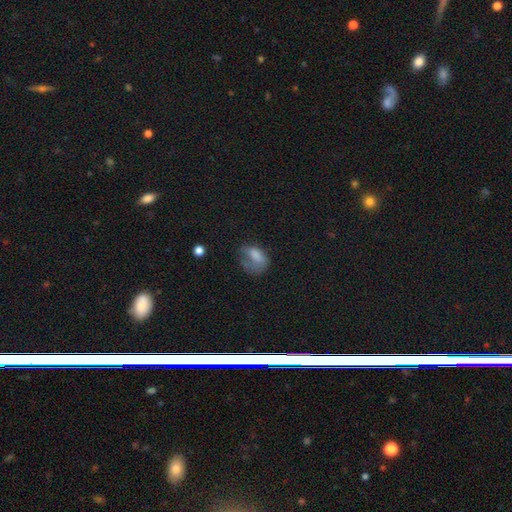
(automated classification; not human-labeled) Q: Smooth or featured?
A: smooth (68%); runner-up: featured or disk (21%)
Q: How rounded?
A: in between (77%); runner-up: round (21%)
Q: Merging?
A: major disturbance (43%); runner-up: minor disturbance (27%)